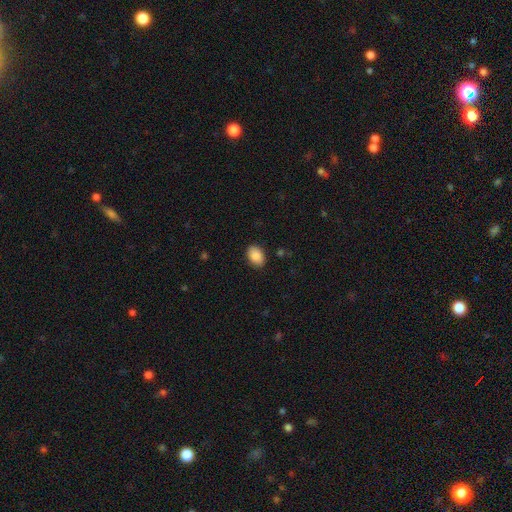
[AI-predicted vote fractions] Smooth or featured? smooth (88%)
How rounded? in between (85%)
Merging? none (88%)